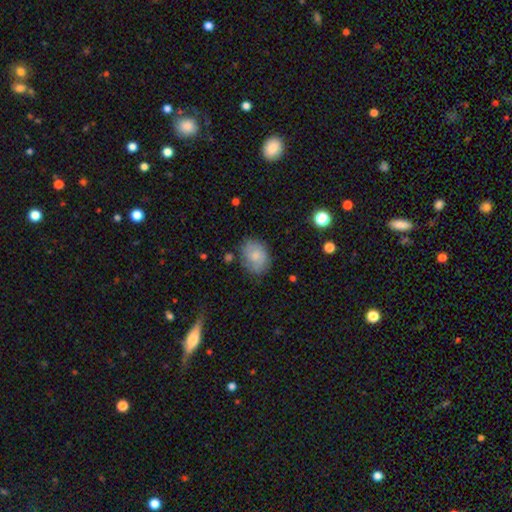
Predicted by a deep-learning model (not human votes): smooth_or_featured: smooth (p=0.72) [alt: featured or disk p=0.20]
how_rounded: in between (p=0.63) [alt: round p=0.36]
merging: none (p=0.69) [alt: minor disturbance p=0.22]